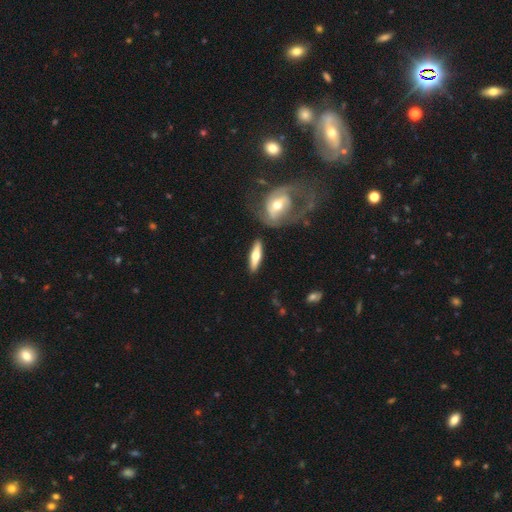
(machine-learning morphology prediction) Smooth or featured: featured or disk — 48% (smooth — 47%)
Merging: none — 83% (minor disturbance — 10%)